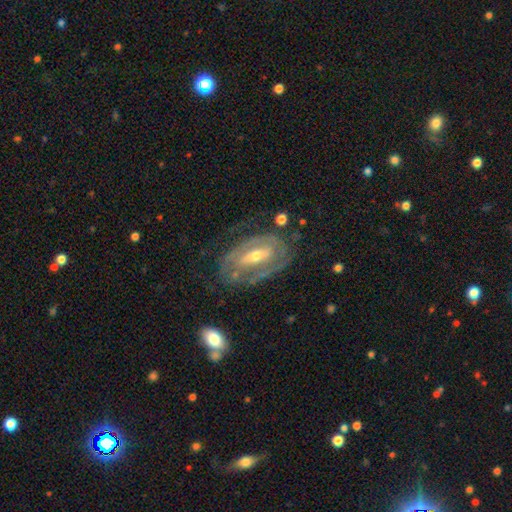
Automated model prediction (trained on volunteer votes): Q: Smooth or featured?
A: featured or disk (82%); runner-up: smooth (12%)
Q: Edge-on disk?
A: no (92%); runner-up: yes (8%)
Q: Bar?
A: strong (48%); runner-up: weak (31%)
Q: Spiral arms?
A: yes (71%); runner-up: no (29%)
Q: Spiral winding?
A: tight (57%); runner-up: medium (31%)
Q: Spiral arm count?
A: 2 (54%); runner-up: can't tell (29%)
Q: Bulge size?
A: moderate (48%); runner-up: small (47%)
Q: Merging?
A: none (64%); runner-up: minor disturbance (19%)